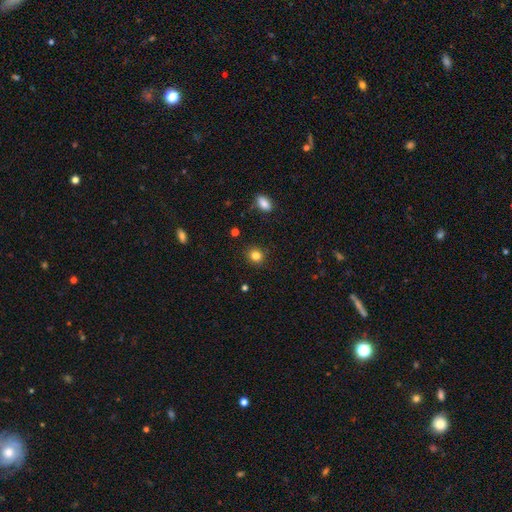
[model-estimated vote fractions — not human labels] Q: Smooth or featured?
A: smooth (83%); runner-up: star or artifact (12%)
Q: How rounded?
A: round (83%); runner-up: in between (16%)
Q: Merging?
A: none (89%); runner-up: minor disturbance (8%)